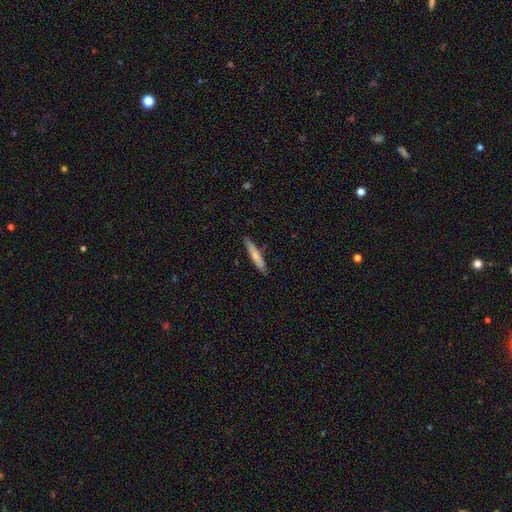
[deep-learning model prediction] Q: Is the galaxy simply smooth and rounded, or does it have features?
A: smooth — 68%.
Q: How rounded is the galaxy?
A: cigar-shaped — 89%.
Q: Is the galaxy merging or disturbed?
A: none — 84%.